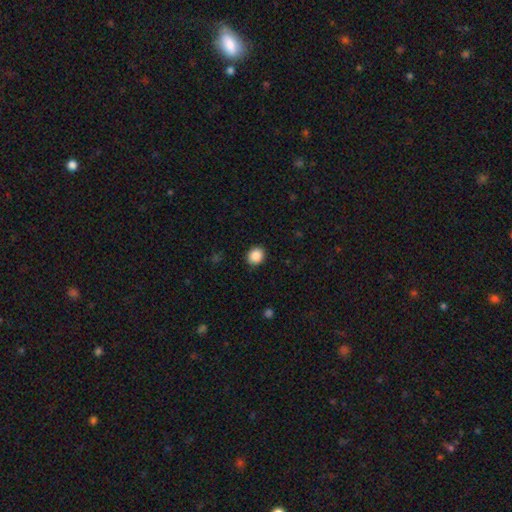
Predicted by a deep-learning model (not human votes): smooth 88%, star or artifact 9%, featured or disk 3%. Down the decision tree: how rounded — round (73%); merging — none (89%).